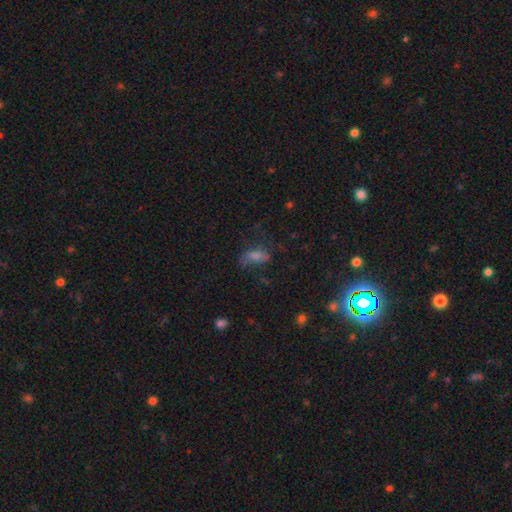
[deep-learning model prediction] Smooth or featured: smooth — 46% (featured or disk — 30%)
Merging: none — 47% (minor disturbance — 25%)